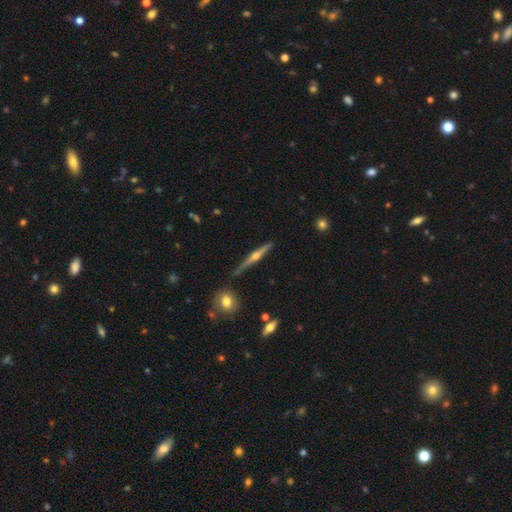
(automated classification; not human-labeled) The model was most divided on "smooth or featured": featured or disk: 78%, smooth: 17%, star or artifact: 6%. More confident: edge-on disk — yes (98%); edge-on bulge — rounded (93%); merging — none (88%).